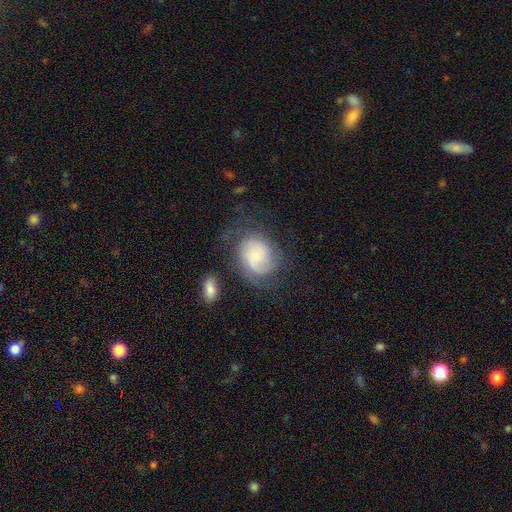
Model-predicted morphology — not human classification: Smooth or featured?
  - featured or disk: 66% *
  - smooth: 27%
  - star or artifact: 7%
Edge-on disk?
  - no: 97% *
  - yes: 3%
Bar?
  - no: 72% *
  - weak: 24%
  - strong: 3%
Spiral arms?
  - yes: 89% *
  - no: 11%
Spiral winding?
  - tight: 47% *
  - medium: 37%
  - loose: 16%
Spiral arm count?
  - 2: 39% *
  - can't tell: 30%
  - 3: 13%
  - 1: 10%
  - 4: 4%
  - more than 4: 3%
Bulge size?
  - small: 72% *
  - moderate: 21%
  - none: 3%
  - large: 2%
  - dominant: 1%
Merging?
  - none: 56% *
  - minor disturbance: 22%
  - major disturbance: 17%
  - merger: 5%